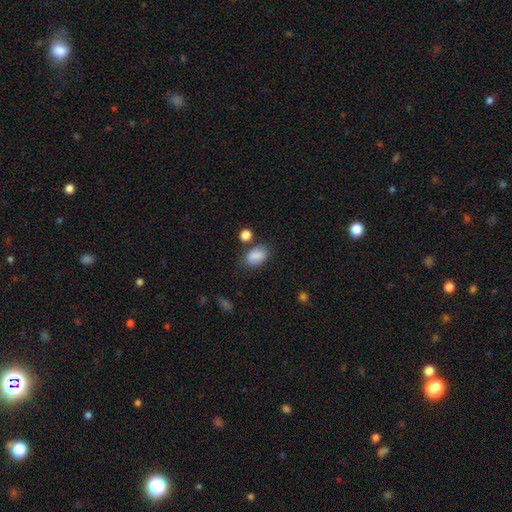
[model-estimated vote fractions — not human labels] smooth 85%, star or artifact 9%, featured or disk 6%. Down the decision tree: how rounded — in between (83%); merging — none (68%).